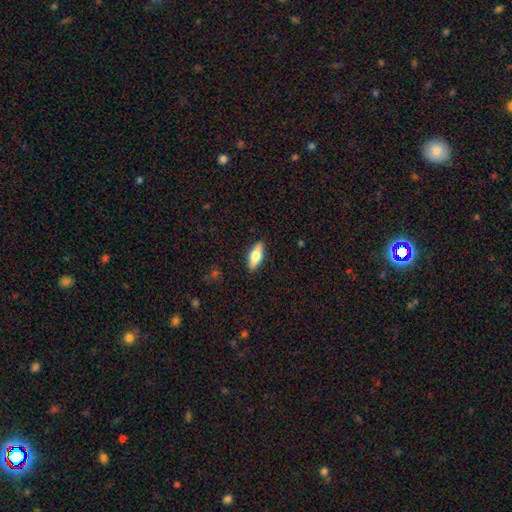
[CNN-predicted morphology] smooth 59%, featured or disk 35%, star or artifact 6%. Down the decision tree: how rounded — in between (67%); merging — none (89%).